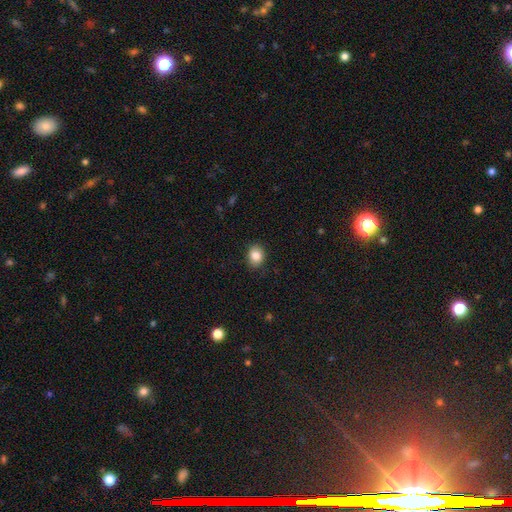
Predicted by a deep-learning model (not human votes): smooth 86%, star or artifact 9%, featured or disk 5%. Down the decision tree: how rounded — in between (51%); merging — none (87%).